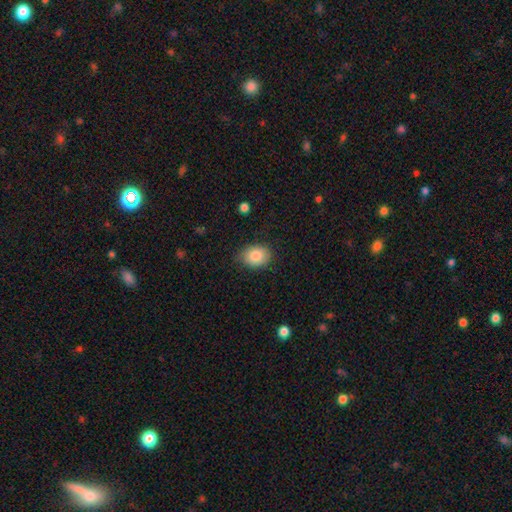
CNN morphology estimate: smooth 84%, star or artifact 8%, featured or disk 7%. Down the decision tree: how rounded — in between (63%); merging — none (79%).